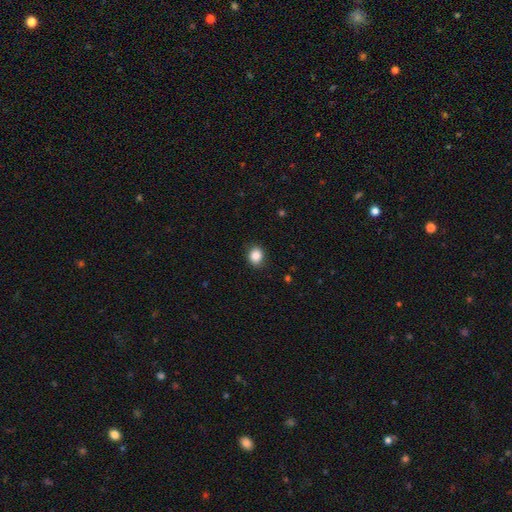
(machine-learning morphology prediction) A smooth galaxy with no disk features (86%) that is round (60%).

Vote fractions:
- Smooth or featured? smooth: 86% / star or artifact: 9% / featured or disk: 4%
- How rounded? round: 60% / in between: 39% / cigar-shaped: 1%
- Merging? none: 85% / minor disturbance: 11% / major disturbance: 3% / merger: 1%